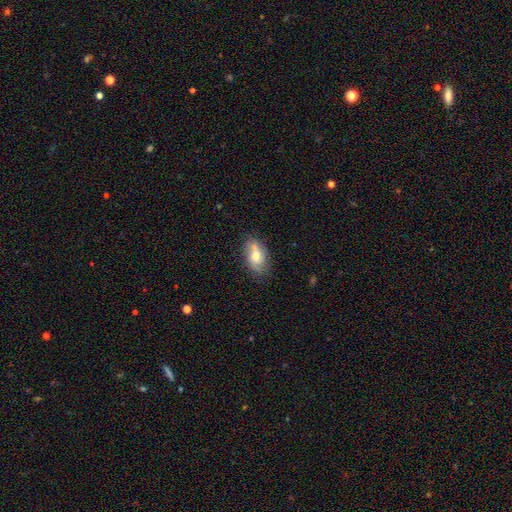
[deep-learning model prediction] Smooth or featured? Predicted: smooth (p=0.64). How rounded? Predicted: in between (p=0.86). Merging? Predicted: none (p=0.56).